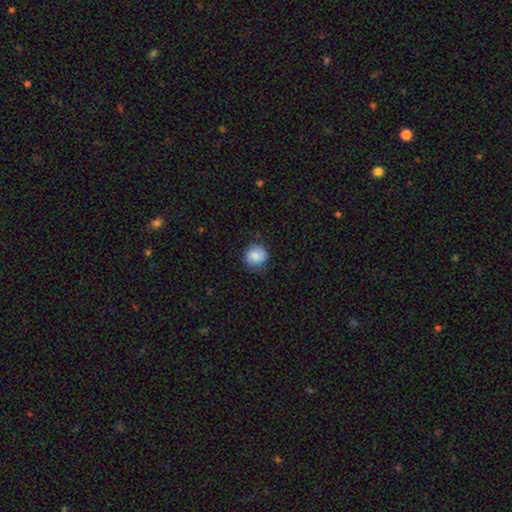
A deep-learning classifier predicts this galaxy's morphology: The model was most divided on "merging": none: 78%, minor disturbance: 17%, major disturbance: 4%, merger: 1%. More confident: how rounded — round (88%); smooth or featured — smooth (84%).